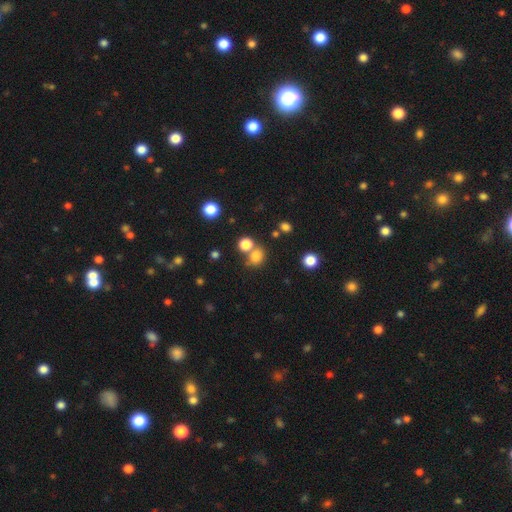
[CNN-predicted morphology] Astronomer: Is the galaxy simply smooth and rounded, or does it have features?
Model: smooth — 78%.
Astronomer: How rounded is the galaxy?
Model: round — 65%.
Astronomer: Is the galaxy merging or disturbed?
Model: none — 57%.